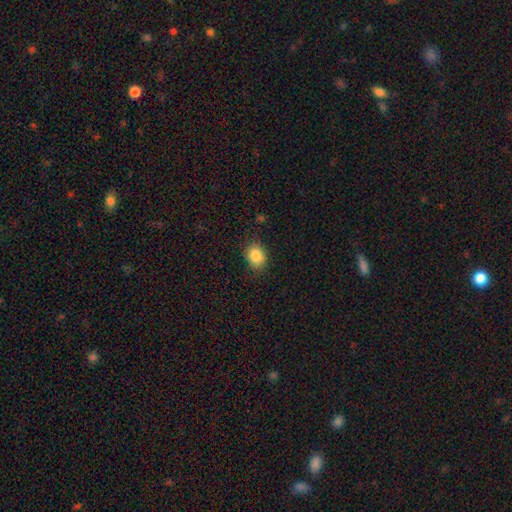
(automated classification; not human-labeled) Smooth or featured? smooth (86%)
How rounded? in between (54%)
Merging? none (82%)